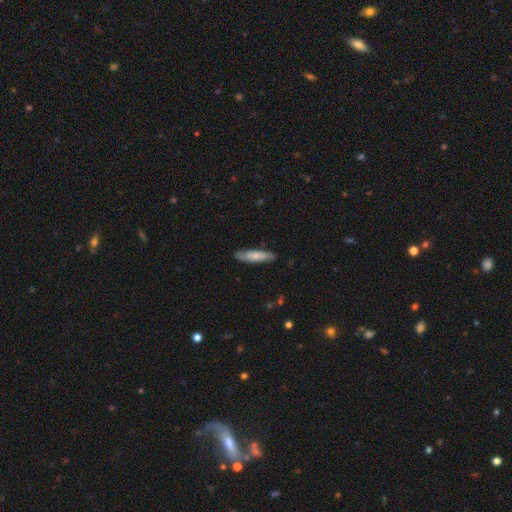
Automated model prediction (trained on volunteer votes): This is likely a smooth galaxy (66%). How rounded: likely cigar-shaped (76%). Merging: clearly none (85%).